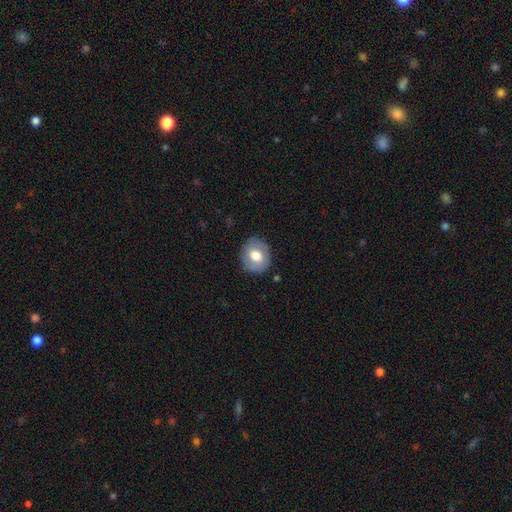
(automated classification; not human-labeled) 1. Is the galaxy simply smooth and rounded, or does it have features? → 66% smooth, 27% featured or disk, 7% star or artifact.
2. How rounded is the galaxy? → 70% round, 29% in between, 1% cigar-shaped.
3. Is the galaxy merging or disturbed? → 85% none, 11% minor disturbance, 3% major disturbance, 1% merger.